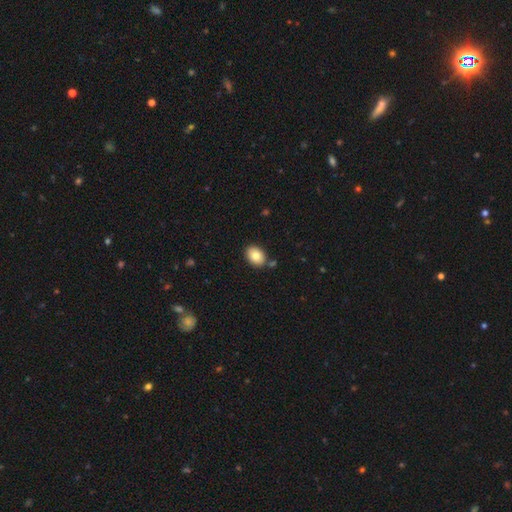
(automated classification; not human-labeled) smooth_or_featured: smooth (p=0.83) [alt: featured or disk p=0.09]
how_rounded: in between (p=0.74) [alt: round p=0.25]
merging: none (p=0.81) [alt: minor disturbance p=0.10]